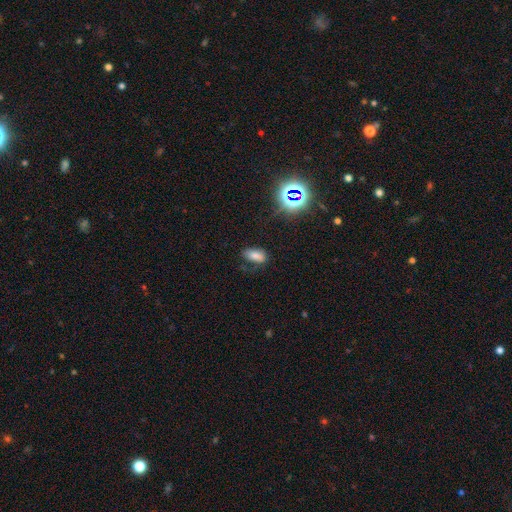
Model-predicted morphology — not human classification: Smooth or featured?
  - smooth: 72% *
  - star or artifact: 18%
  - featured or disk: 10%
How rounded?
  - in between: 89% *
  - cigar-shaped: 7%
  - round: 4%
Merging?
  - none: 59% *
  - minor disturbance: 25%
  - major disturbance: 13%
  - merger: 3%